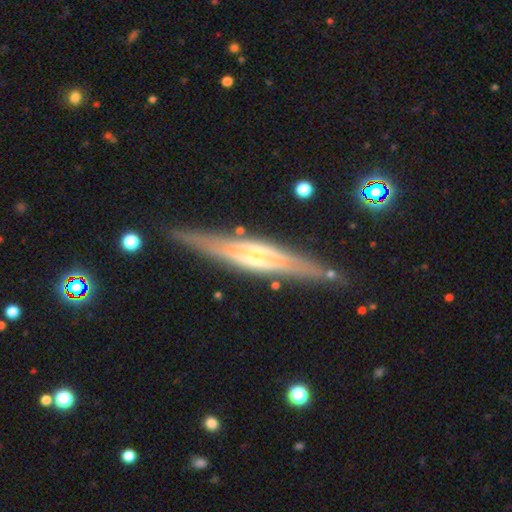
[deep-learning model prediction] Q: Smooth or featured?
A: featured or disk (80%); runner-up: smooth (13%)
Q: Edge-on disk?
A: yes (94%); runner-up: no (6%)
Q: Edge-on bulge?
A: rounded (67%); runner-up: boxy (19%)
Q: Merging?
A: none (85%); runner-up: minor disturbance (10%)